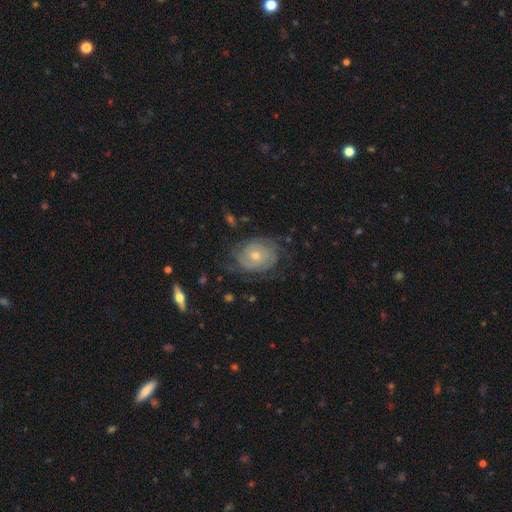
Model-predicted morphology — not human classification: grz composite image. It shows a featured or disk galaxy (74%) with no bar (79%), tight (73%) spiral arms (88%) and a moderate central bulge (50%). Merging: none (71%).